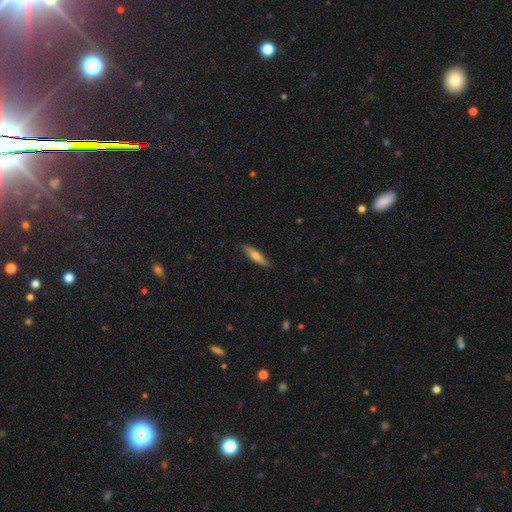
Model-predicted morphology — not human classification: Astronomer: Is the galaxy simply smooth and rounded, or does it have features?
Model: smooth — 58% (runner-up: featured or disk, 37%).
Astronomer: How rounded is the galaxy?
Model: cigar-shaped — 75%.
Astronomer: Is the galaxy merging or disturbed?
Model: none — 86%.